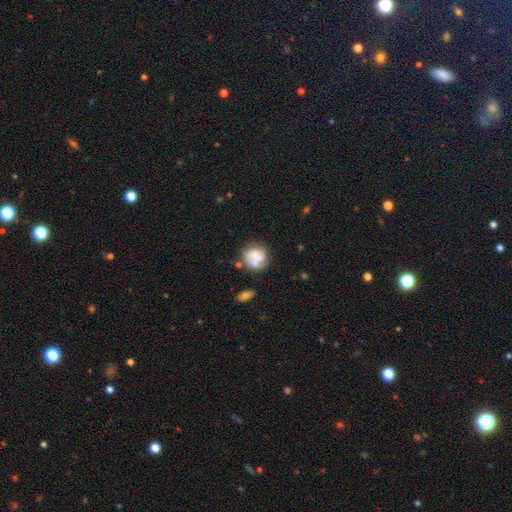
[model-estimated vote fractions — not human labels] The model was most divided on "merging": none: 43%, merger: 26%, minor disturbance: 20%, major disturbance: 11%. More confident: how rounded — round (76%); smooth or featured — smooth (56%).